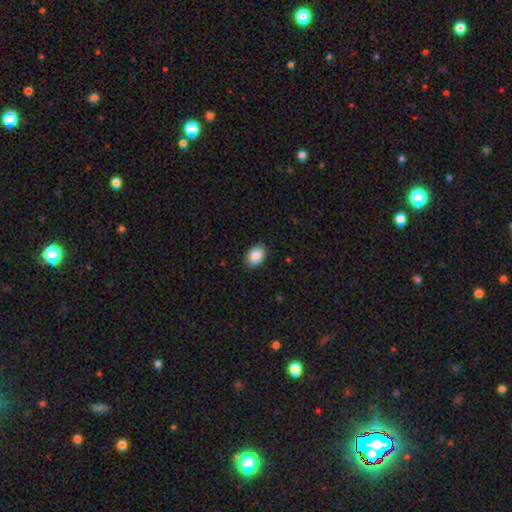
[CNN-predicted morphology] Smooth or featured?
  - smooth: 89% *
  - star or artifact: 7%
  - featured or disk: 4%
How rounded?
  - in between: 82% *
  - round: 17%
  - cigar-shaped: 1%
Merging?
  - none: 88% *
  - minor disturbance: 9%
  - major disturbance: 2%
  - merger: 1%